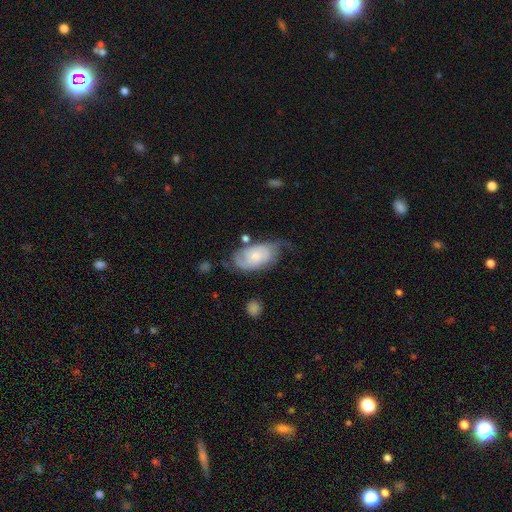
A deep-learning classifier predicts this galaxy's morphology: A featured or disk galaxy (53%). Merging: none (41%).